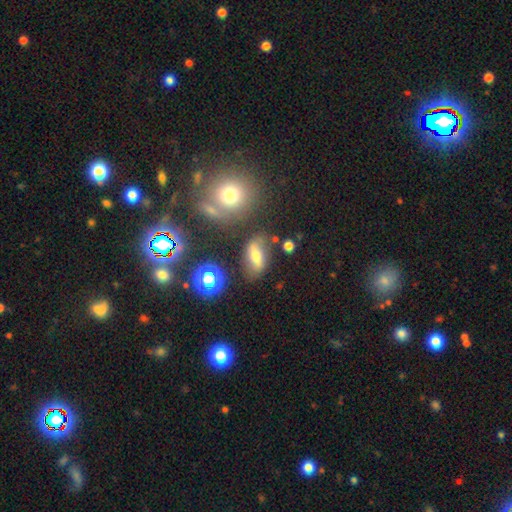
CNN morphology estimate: A smooth galaxy with no disk features (50%) that is in between round and cigar-shaped (78%).

Vote fractions:
- Smooth or featured? smooth: 50% / featured or disk: 34% / star or artifact: 16%
- How rounded? in between: 78% / round: 13% / cigar-shaped: 9%
- Merging? none: 67% / minor disturbance: 18% / merger: 8% / major disturbance: 7%